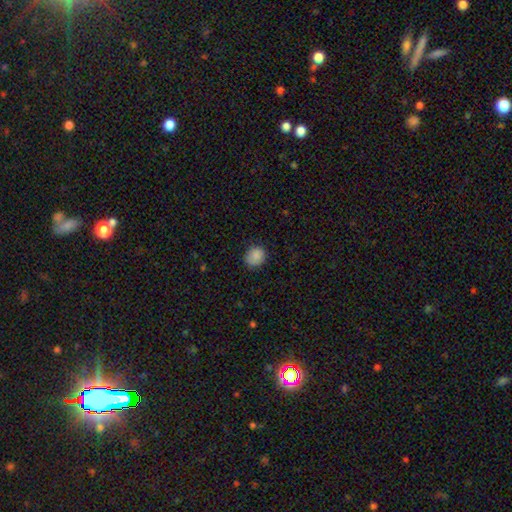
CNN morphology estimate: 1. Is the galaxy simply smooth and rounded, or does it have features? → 87% smooth, 9% star or artifact, 5% featured or disk.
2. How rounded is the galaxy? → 78% round, 21% in between, 1% cigar-shaped.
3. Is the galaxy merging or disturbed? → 81% none, 15% minor disturbance, 3% major disturbance, 1% merger.